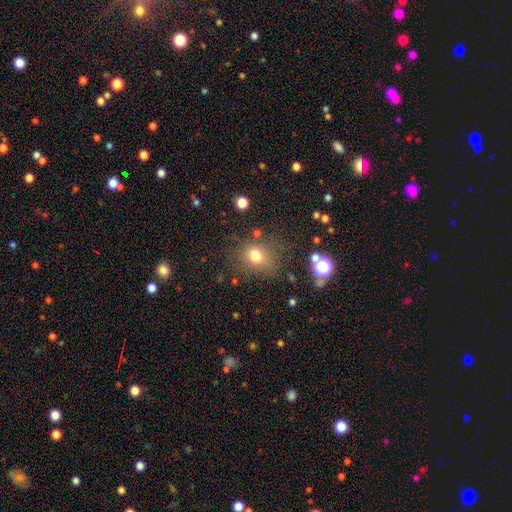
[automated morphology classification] The model was most divided on "how rounded": round: 64%, in between: 35%, cigar-shaped: 1%. More confident: smooth or featured — smooth (73%); merging — none (70%).